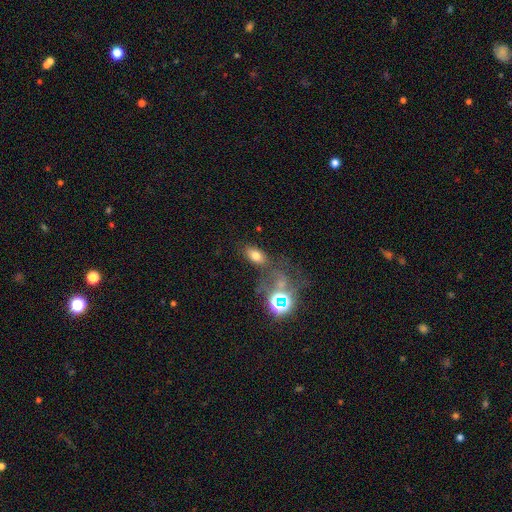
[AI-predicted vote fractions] Smooth or featured? smooth (67%)
How rounded? in between (87%)
Merging? none (67%)